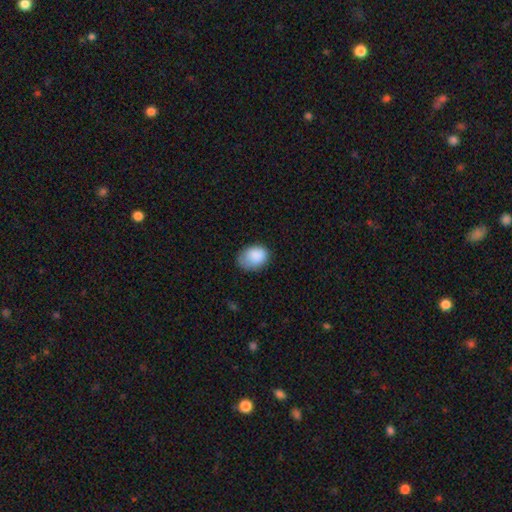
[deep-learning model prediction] Smooth or featured: smooth — 87% (star or artifact — 7%)
How rounded: in between — 70% (round — 29%)
Merging: none — 63% (minor disturbance — 29%)